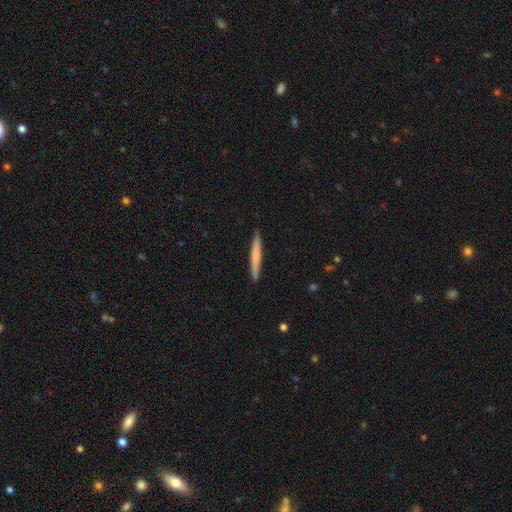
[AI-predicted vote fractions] This is likely a smooth galaxy (63%). How rounded: clearly cigar-shaped (97%). Merging: clearly none (91%).